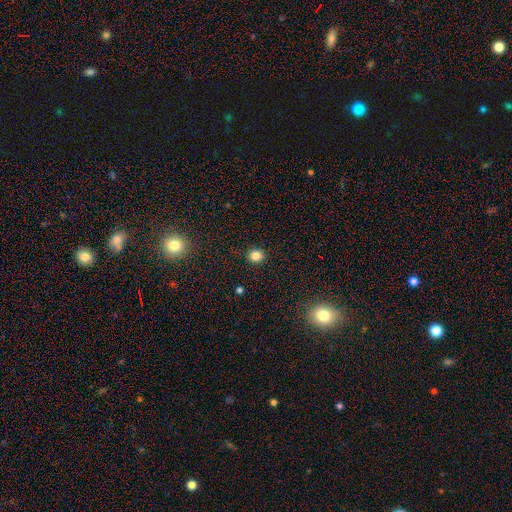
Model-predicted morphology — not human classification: This is clearly a smooth galaxy (82%). How rounded: likely round (73%). Merging: clearly none (90%).